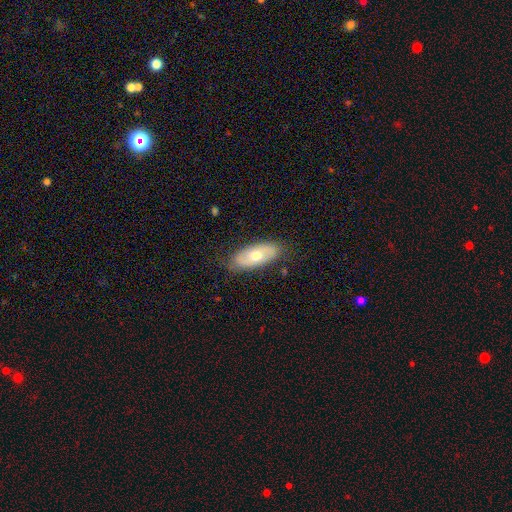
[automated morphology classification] Smooth or featured?
  - smooth: 55% *
  - featured or disk: 40%
  - star or artifact: 6%
How rounded?
  - in between: 86% *
  - cigar-shaped: 11%
  - round: 3%
Merging?
  - none: 82% *
  - minor disturbance: 14%
  - major disturbance: 3%
  - merger: 1%